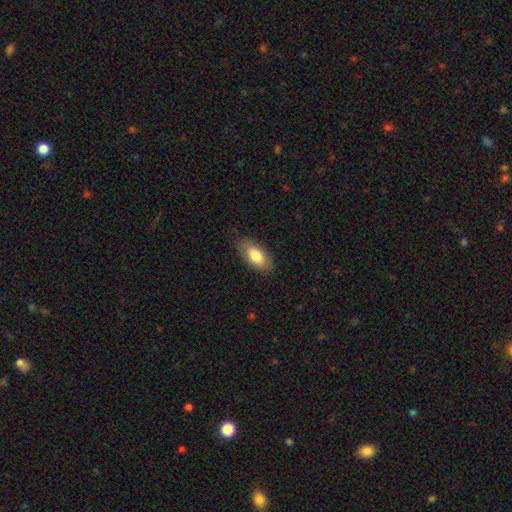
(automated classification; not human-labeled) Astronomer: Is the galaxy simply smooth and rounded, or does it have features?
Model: smooth — 81%.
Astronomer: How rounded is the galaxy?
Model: in between — 89%.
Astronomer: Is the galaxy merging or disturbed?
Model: none — 82%.